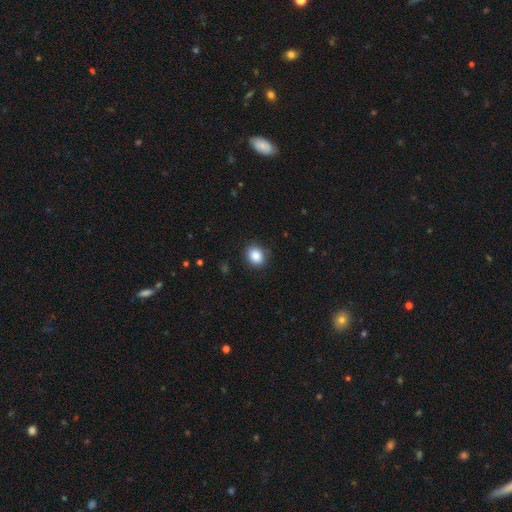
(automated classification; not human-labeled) The model was most divided on "how rounded": round: 62%, in between: 37%, cigar-shaped: 1%. More confident: smooth or featured — smooth (87%); merging — none (87%).